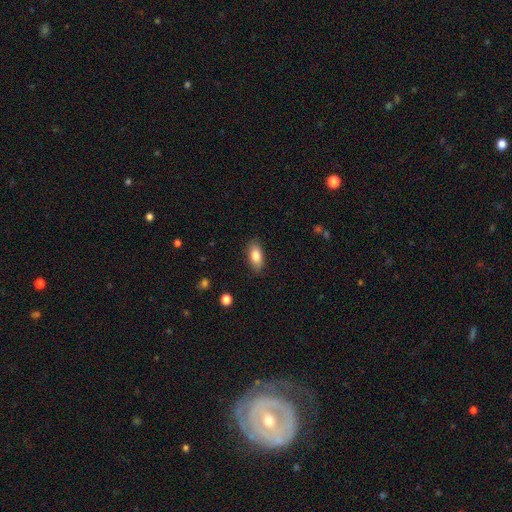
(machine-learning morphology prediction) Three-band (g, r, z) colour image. It shows a smooth galaxy with no disk features (83%) that is in between round and cigar-shaped (87%). Merging: none (84%).